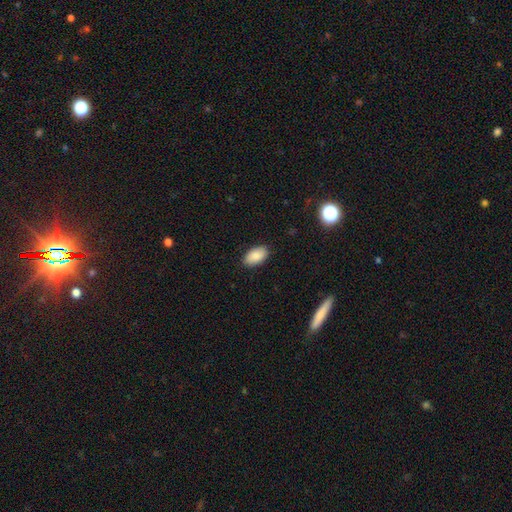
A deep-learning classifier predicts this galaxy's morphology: smooth_or_featured: smooth (p=0.88) [alt: star or artifact p=0.07]
how_rounded: in between (p=0.95) [alt: round p=0.04]
merging: none (p=0.88) [alt: minor disturbance p=0.09]